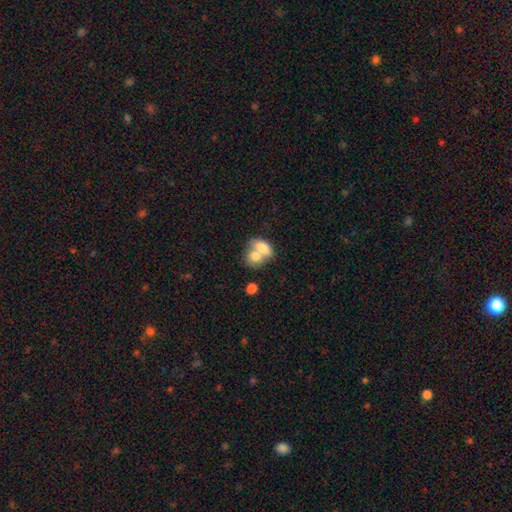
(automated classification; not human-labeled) Smooth or featured: smooth — 73% (featured or disk — 20%)
How rounded: in between — 70% (round — 28%)
Merging: merger — 72% (none — 19%)